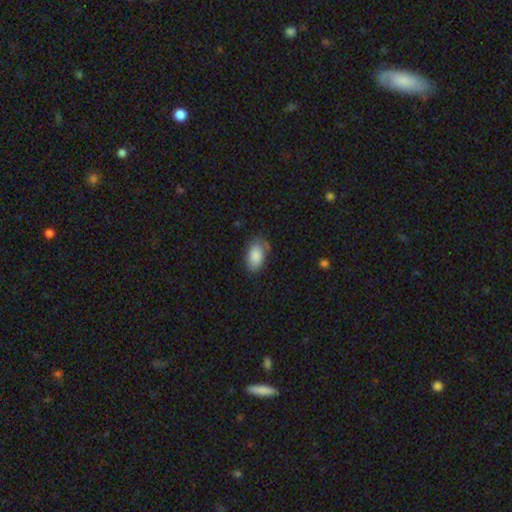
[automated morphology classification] Overall: smooth (85%). How rounded: in between (93%). Merging: none (68%).